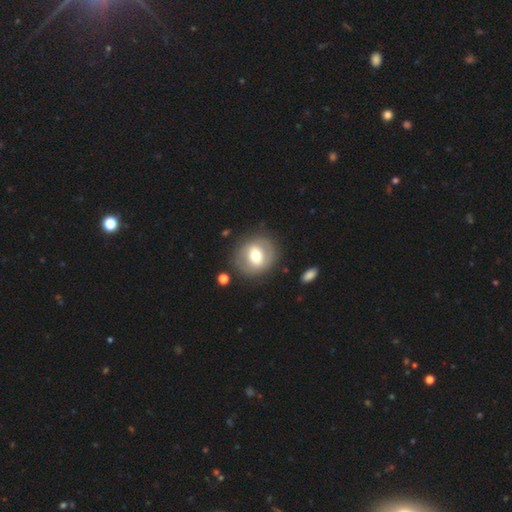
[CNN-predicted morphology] type=smooth (52%); roundness=round (77%); merging=none (82%).